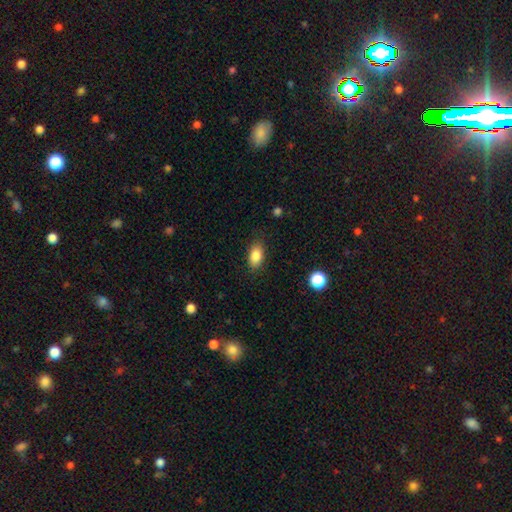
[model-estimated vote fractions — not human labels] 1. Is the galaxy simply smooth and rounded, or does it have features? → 85% smooth, 8% star or artifact, 6% featured or disk.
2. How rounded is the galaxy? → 89% in between, 8% round, 3% cigar-shaped.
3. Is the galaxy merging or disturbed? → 83% none, 12% minor disturbance, 3% major disturbance, 1% merger.